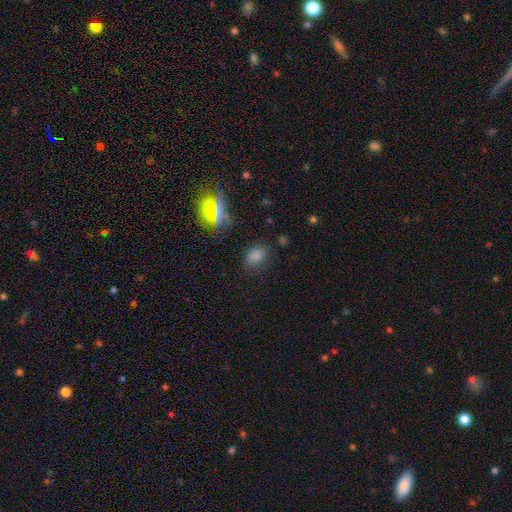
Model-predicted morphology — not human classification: type=smooth (74%); roundness=in between (79%); merging=none (79%).